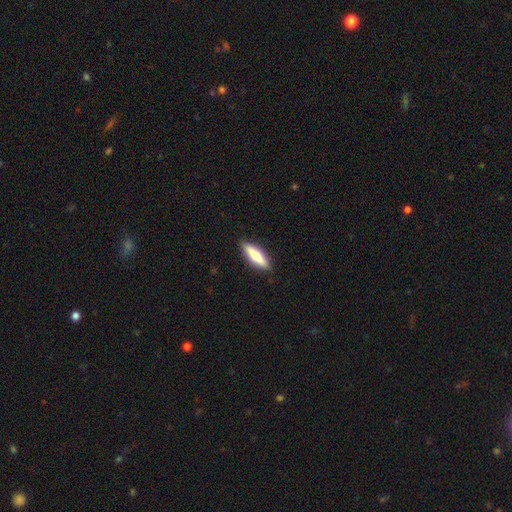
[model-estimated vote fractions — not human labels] Smooth or featured: smooth — 66% (featured or disk — 29%)
How rounded: cigar-shaped — 61% (in between — 37%)
Merging: none — 88% (minor disturbance — 9%)